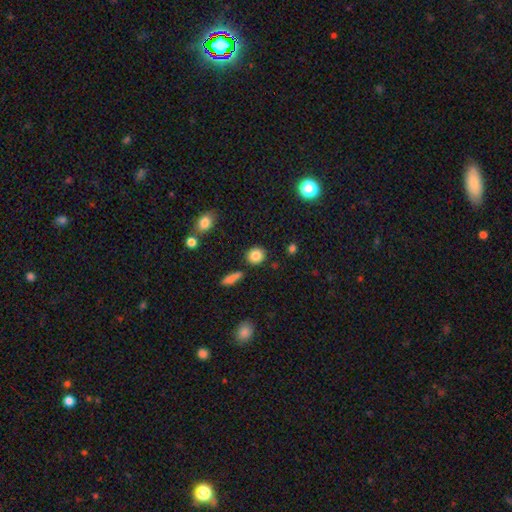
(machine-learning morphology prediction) Smooth or featured? Predicted: smooth (p=0.84). How rounded? Predicted: round (p=0.83). Merging? Predicted: none (p=0.87).